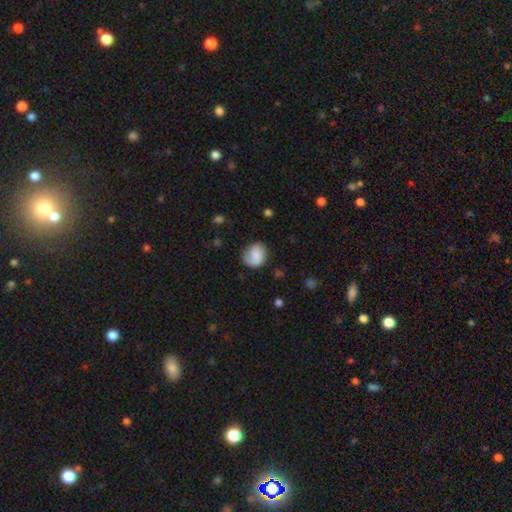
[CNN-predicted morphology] Smooth or featured? smooth (71%)
How rounded? round (66%)
Merging? none (63%)